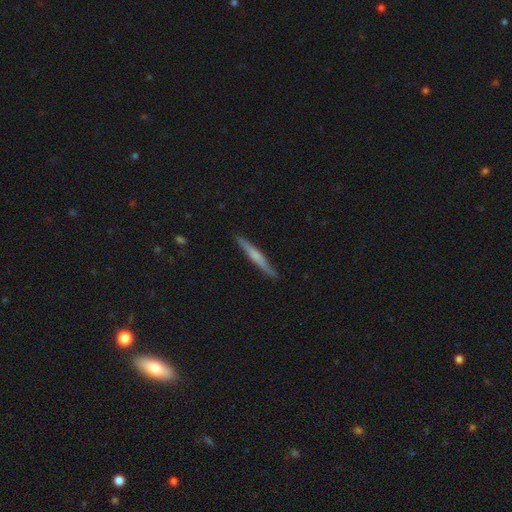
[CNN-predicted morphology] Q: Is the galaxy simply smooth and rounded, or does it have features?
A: featured or disk — 53%.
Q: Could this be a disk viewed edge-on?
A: yes — 97%.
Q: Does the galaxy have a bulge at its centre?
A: rounded — 48%.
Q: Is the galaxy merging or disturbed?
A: none — 89%.